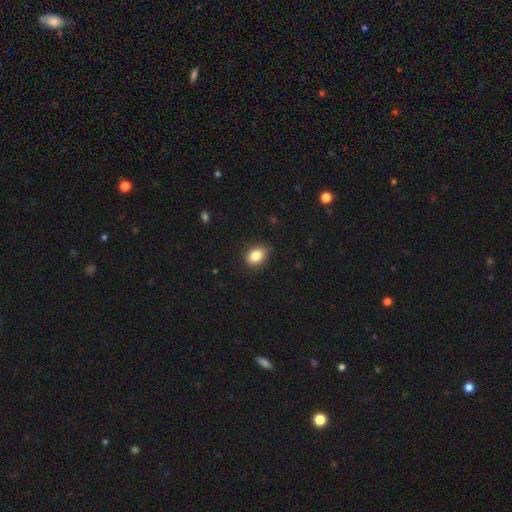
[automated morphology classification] Overall: smooth (85%). How rounded: in between (77%). Merging: none (85%).